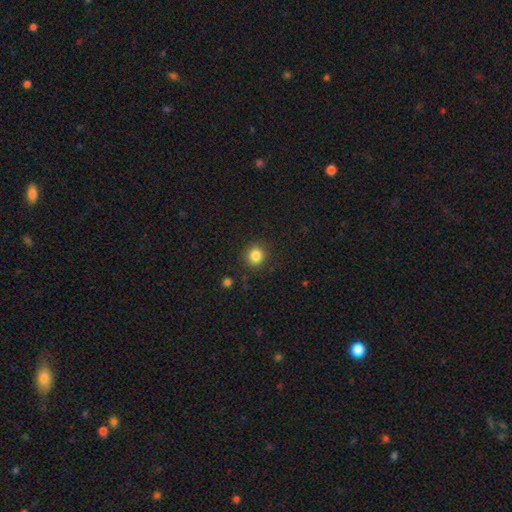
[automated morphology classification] Q: Smooth or featured?
A: smooth (84%); runner-up: star or artifact (11%)
Q: How rounded?
A: round (91%); runner-up: in between (8%)
Q: Merging?
A: none (89%); runner-up: minor disturbance (7%)